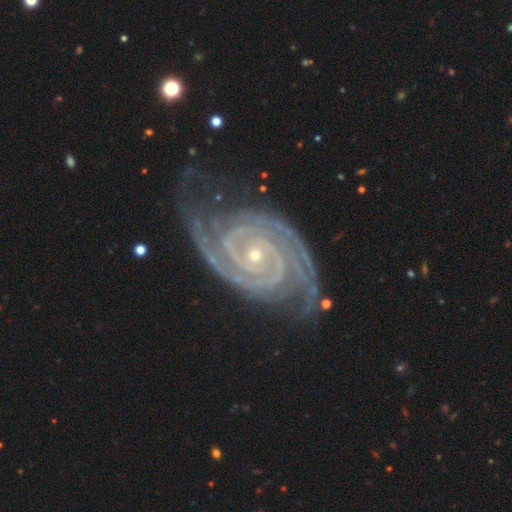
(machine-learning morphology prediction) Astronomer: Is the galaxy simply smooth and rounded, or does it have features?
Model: featured or disk — 93%.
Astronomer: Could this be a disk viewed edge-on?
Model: no — 98%.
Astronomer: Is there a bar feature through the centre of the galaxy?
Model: no — 68%.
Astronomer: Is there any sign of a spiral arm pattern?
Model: yes — 99%.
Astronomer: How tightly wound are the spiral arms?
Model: tight — 83%.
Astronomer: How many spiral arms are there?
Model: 2 — 63%.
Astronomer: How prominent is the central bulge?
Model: small — 82%.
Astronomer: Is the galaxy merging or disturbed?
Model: none — 67%.